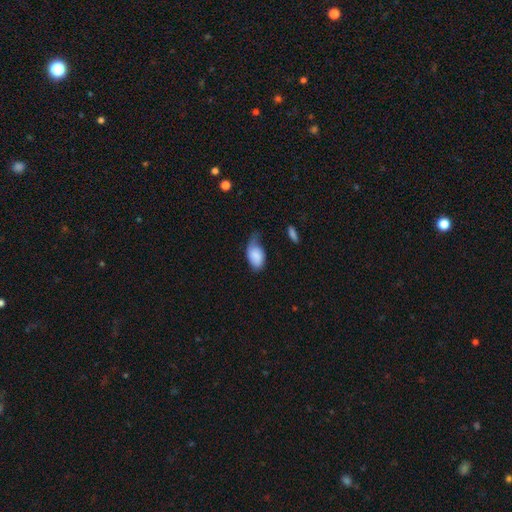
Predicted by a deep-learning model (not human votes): smooth_or_featured: smooth (p=0.78) [alt: featured or disk p=0.15]
how_rounded: in between (p=0.91) [alt: round p=0.08]
merging: minor disturbance (p=0.41) [alt: major disturbance p=0.30]